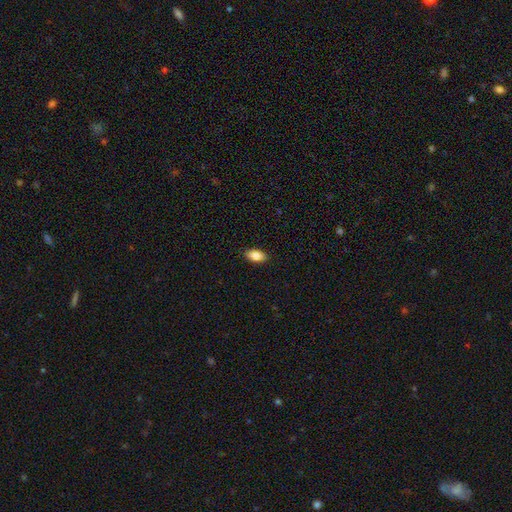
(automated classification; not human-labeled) Morphology: type=smooth (88%); roundness=in between (92%); merging=none (89%).